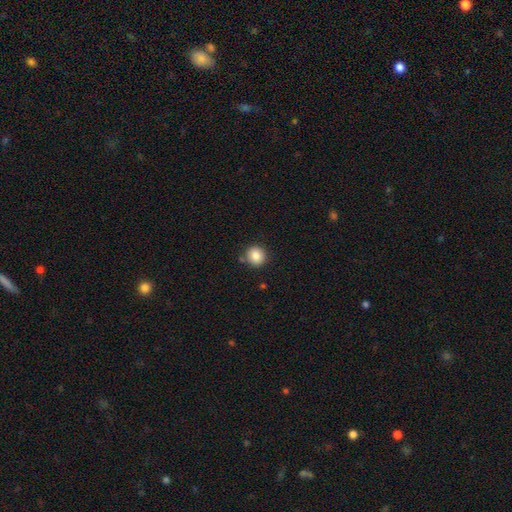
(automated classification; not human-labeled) smooth-or-featured: smooth: 85% | star or artifact: 9% | featured or disk: 6%
  how-rounded: round: 89% | in between: 10% | cigar-shaped: 1%
  merging: none: 84% | minor disturbance: 9% | merger: 5% | major disturbance: 2%